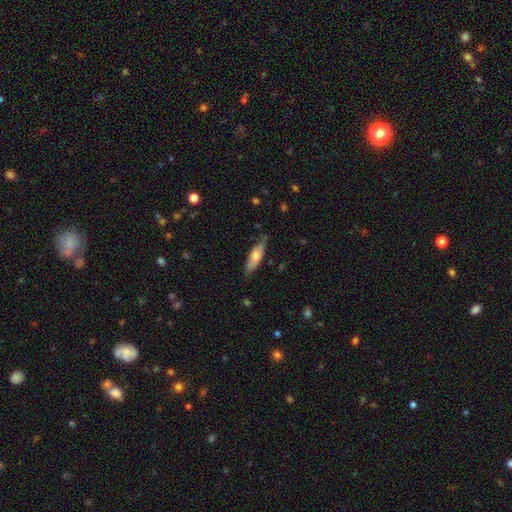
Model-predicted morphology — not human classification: This is likely a smooth galaxy (62%). How rounded: possibly in between (50%). Merging: likely none (72%).